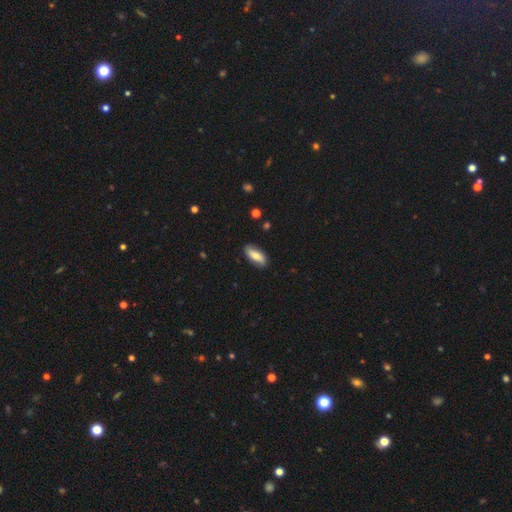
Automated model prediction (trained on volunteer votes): Q: Smooth or featured?
A: smooth (68%); runner-up: featured or disk (25%)
Q: How rounded?
A: in between (75%); runner-up: cigar-shaped (23%)
Q: Merging?
A: none (85%); runner-up: minor disturbance (12%)